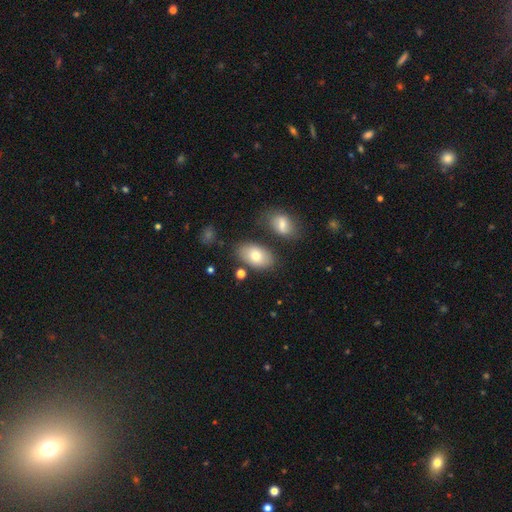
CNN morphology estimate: The model was most divided on "smooth or featured": smooth: 75%, featured or disk: 17%, star or artifact: 7%. More confident: how rounded — in between (92%); merging — none (74%).